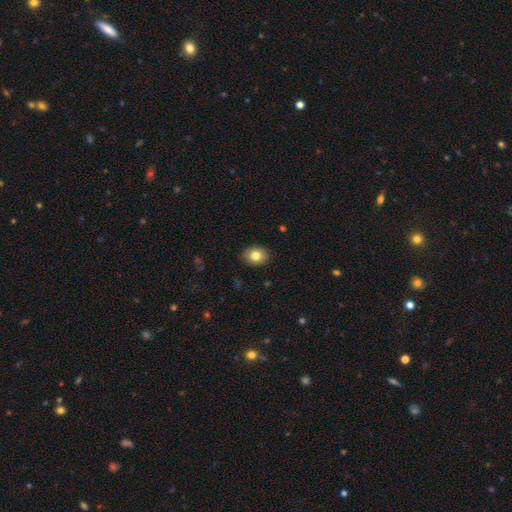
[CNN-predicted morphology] The model was most divided on "how rounded": in between: 58%, round: 41%, cigar-shaped: 1%. More confident: merging — none (89%); smooth or featured — smooth (82%).